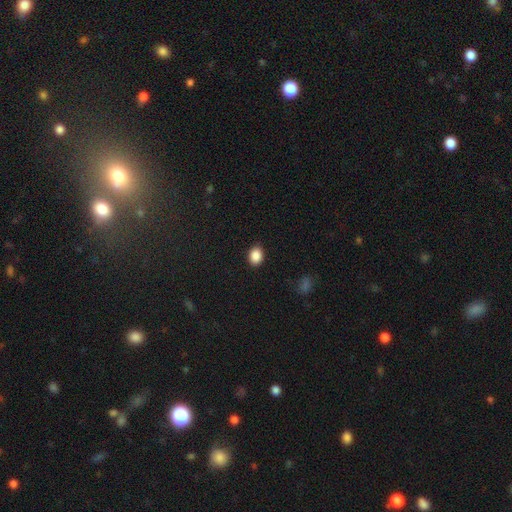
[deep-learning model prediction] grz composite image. It shows a smooth galaxy with no disk features (88%) that is in between round and cigar-shaped (61%). Merging: none (89%).